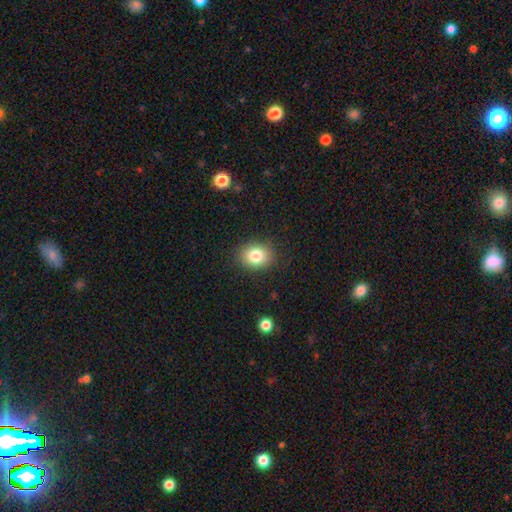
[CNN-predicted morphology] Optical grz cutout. It shows a smooth galaxy with no disk features (81%) that is round (56%). Merging: none (87%).